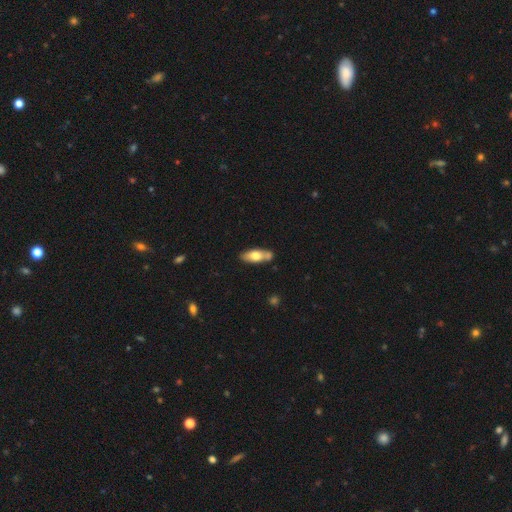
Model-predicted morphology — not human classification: A smooth galaxy with no disk features (64%) that is in between round and cigar-shaped (73%).

Vote fractions:
- Smooth or featured? smooth: 64% / featured or disk: 30% / star or artifact: 6%
- How rounded? in between: 73% / cigar-shaped: 24% / round: 3%
- Merging? none: 62% / merger: 18% / minor disturbance: 17% / major disturbance: 4%